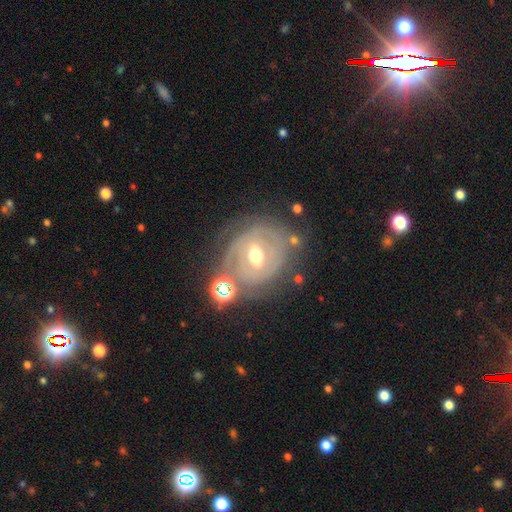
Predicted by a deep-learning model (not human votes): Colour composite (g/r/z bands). It shows a featured or disk galaxy (78%) with a weak bar (47%), tight (68%) spiral arms (71%) and a moderate central bulge (75%). Merging: none (61%).